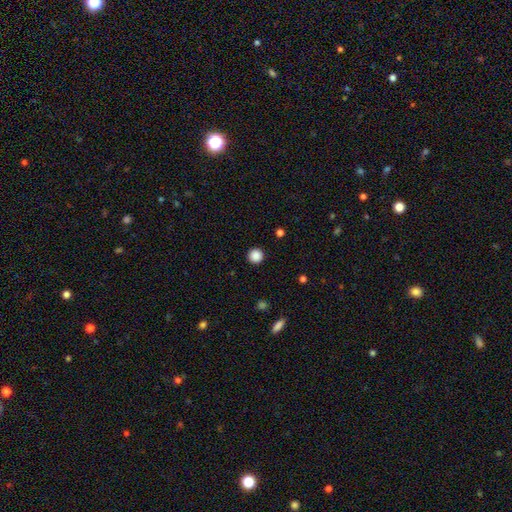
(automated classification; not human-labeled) Q: Smooth or featured?
A: smooth (87%); runner-up: star or artifact (10%)
Q: How rounded?
A: round (96%); runner-up: in between (3%)
Q: Merging?
A: none (93%); runner-up: minor disturbance (4%)